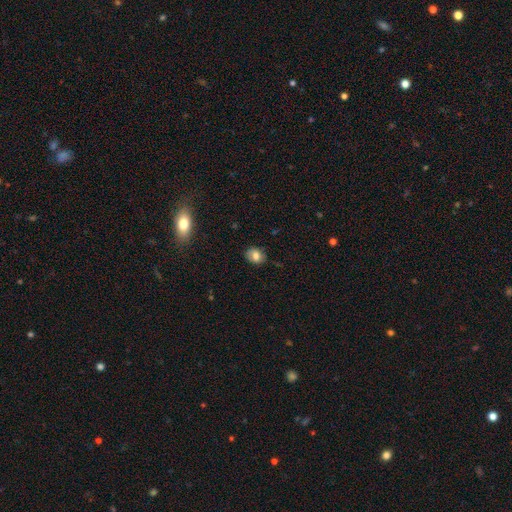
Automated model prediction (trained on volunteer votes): This appears to be a smooth galaxy with no disk features (77%) that is in between round and cigar-shaped (54%). Merging: none (79%).